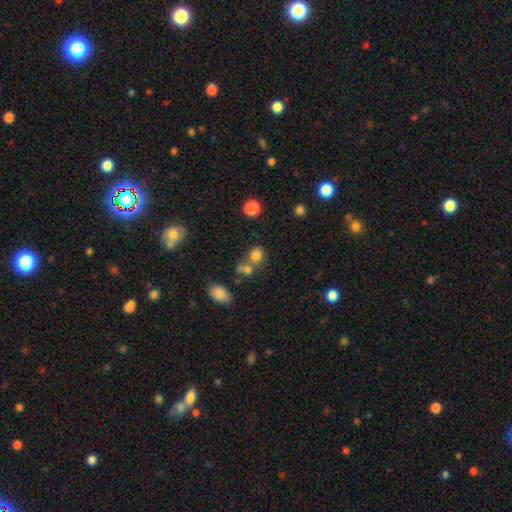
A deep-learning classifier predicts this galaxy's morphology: Smooth or featured? smooth (78%)
How rounded? round (78%)
Merging? none (52%)